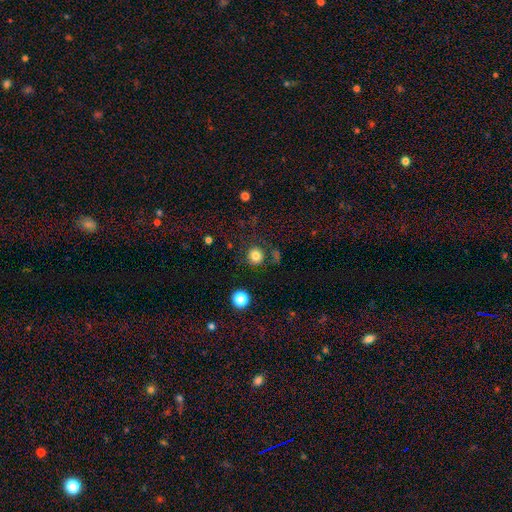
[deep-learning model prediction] Q: Smooth or featured?
A: smooth (82%); runner-up: star or artifact (13%)
Q: How rounded?
A: round (94%); runner-up: in between (5%)
Q: Merging?
A: none (83%); runner-up: minor disturbance (9%)